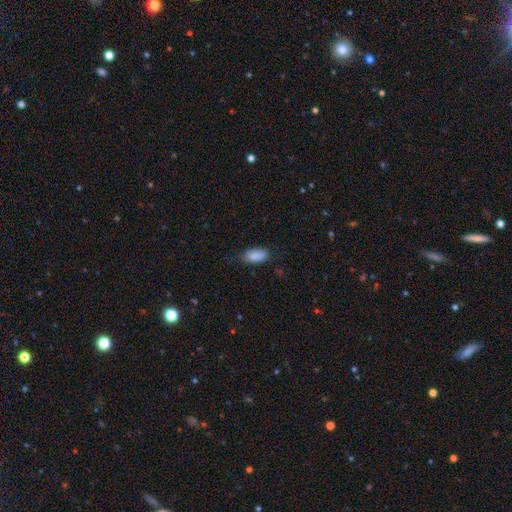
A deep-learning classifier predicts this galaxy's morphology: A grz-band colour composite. It shows a smooth galaxy with no disk features (89%) that is in between round and cigar-shaped (90%). Merging: none (73%).